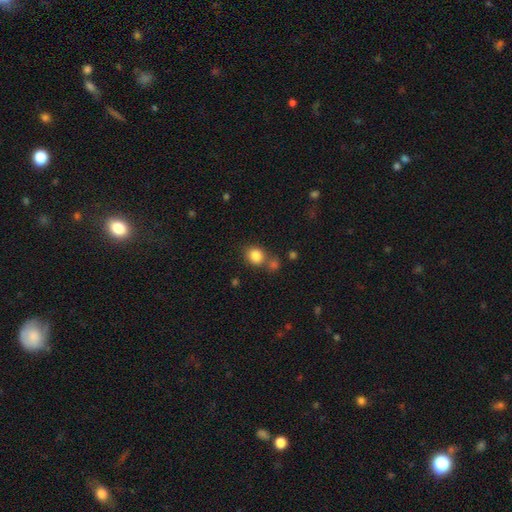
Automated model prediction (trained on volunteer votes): Morphology: type=smooth (83%); roundness=round (74%); merging=none (64%).